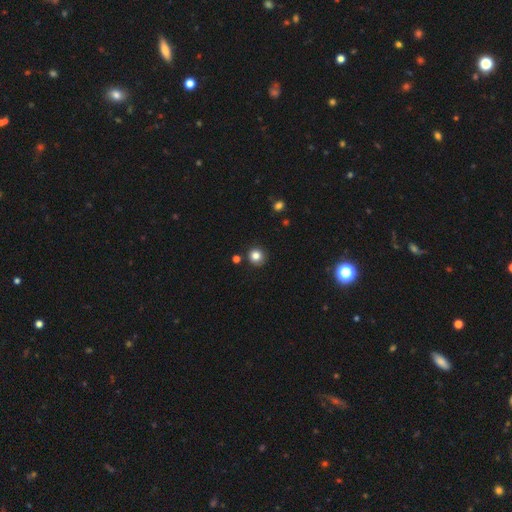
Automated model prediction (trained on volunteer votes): Q: Smooth or featured?
A: smooth (83%); runner-up: star or artifact (12%)
Q: How rounded?
A: round (93%); runner-up: in between (6%)
Q: Merging?
A: none (88%); runner-up: minor disturbance (7%)